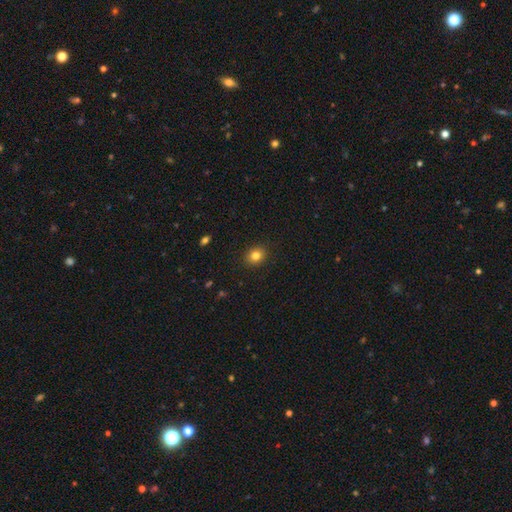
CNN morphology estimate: A smooth galaxy with no disk features (82%) that is round (68%). Merging: none (90%).